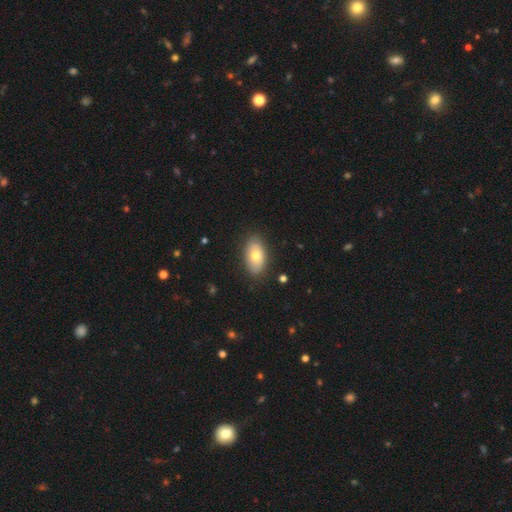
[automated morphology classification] type=smooth (72%); roundness=in between (93%); merging=none (85%).